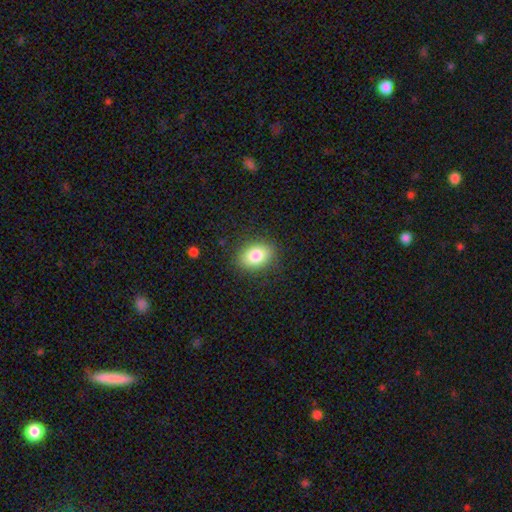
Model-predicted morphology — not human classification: Smooth or featured: smooth — 83% (featured or disk — 9%)
How rounded: in between — 77% (round — 22%)
Merging: none — 87% (minor disturbance — 9%)